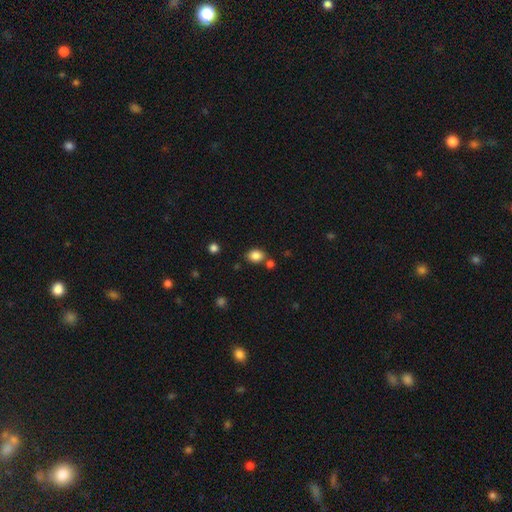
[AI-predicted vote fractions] Smooth or featured? Predicted: smooth (p=0.85). How rounded? Predicted: in between (p=0.57). Merging? Predicted: none (p=0.71).